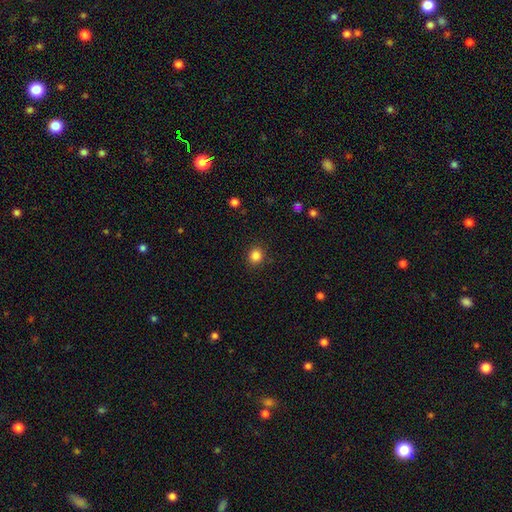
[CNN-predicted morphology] A smooth galaxy with no disk features (85%) that is round (84%). Merging: none (90%).